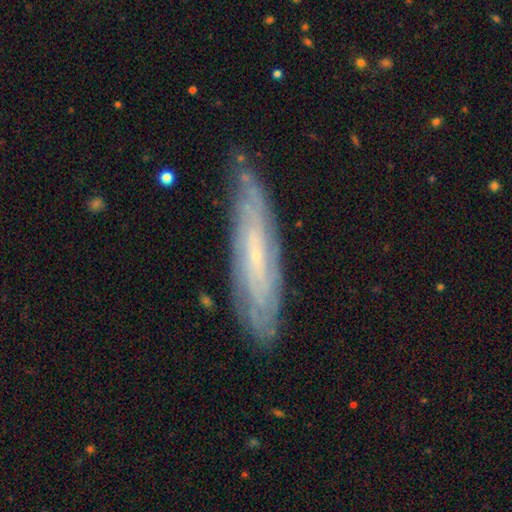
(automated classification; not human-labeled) smooth-or-featured: featured or disk: 75% | smooth: 17% | star or artifact: 7%
  disk-edge-on: no: 65% | yes: 35%
  merging: none: 78% | minor disturbance: 17% | major disturbance: 3% | merger: 2%